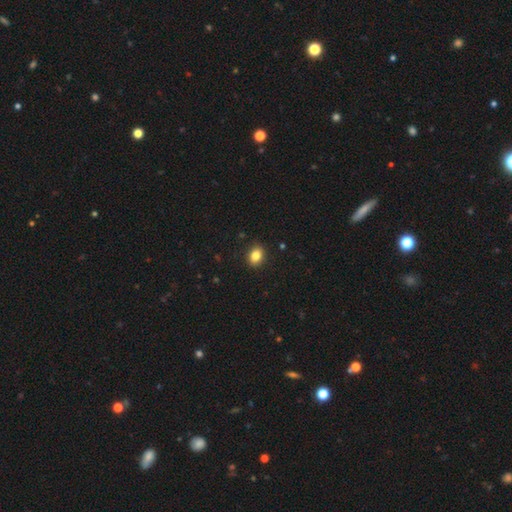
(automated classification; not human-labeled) A smooth galaxy with no disk features (84%) that is in between round and cigar-shaped (64%).

Vote fractions:
- Smooth or featured? smooth: 84% / star or artifact: 10% / featured or disk: 6%
- How rounded? in between: 64% / round: 35% / cigar-shaped: 1%
- Merging? none: 90% / minor disturbance: 8% / major disturbance: 2% / merger: 1%